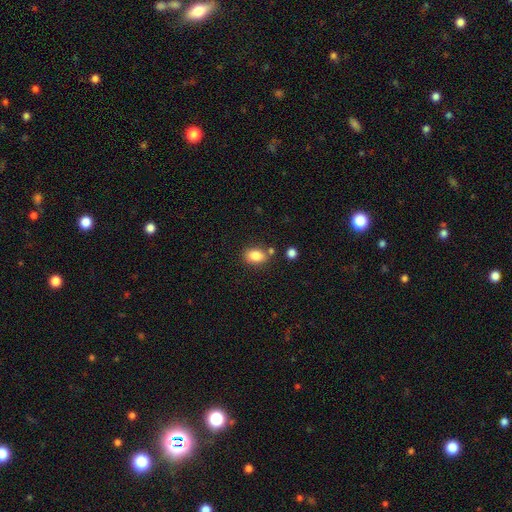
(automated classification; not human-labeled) smooth-or-featured: smooth: 84% | star or artifact: 9% | featured or disk: 7%
  how-rounded: in between: 76% | round: 23% | cigar-shaped: 1%
  merging: none: 73% | minor disturbance: 13% | merger: 10% | major disturbance: 4%